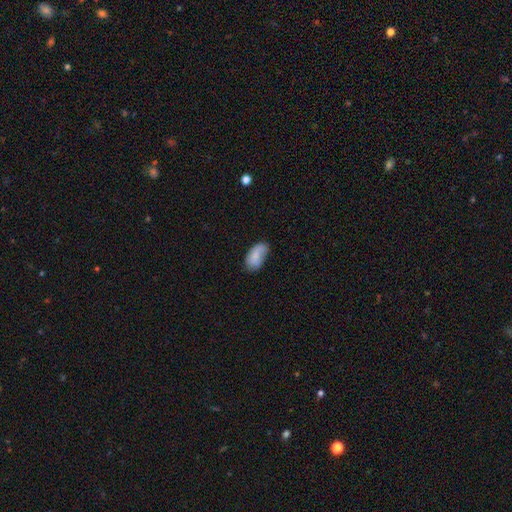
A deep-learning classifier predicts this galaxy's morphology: smooth-or-featured: smooth: 78% | featured or disk: 15% | star or artifact: 7%
  how-rounded: in between: 94% | round: 4% | cigar-shaped: 2%
  merging: none: 54% | minor disturbance: 33% | major disturbance: 10% | merger: 4%